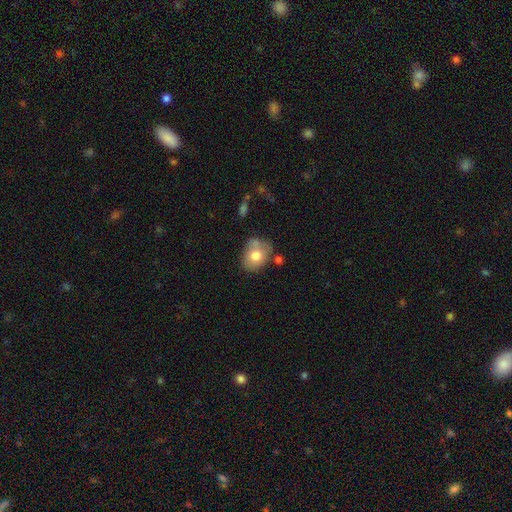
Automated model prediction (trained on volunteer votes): Morphology: type=smooth (73%); roundness=in between (58%); merging=none (55%).